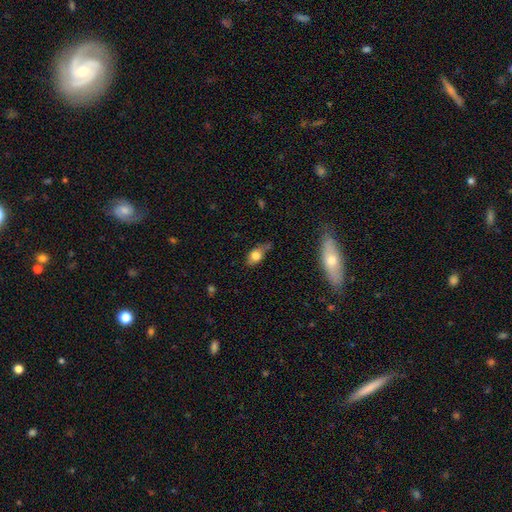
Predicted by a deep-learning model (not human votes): The model was most divided on "merging": none: 45%, minor disturbance: 37%, major disturbance: 14%, merger: 4%. More confident: how rounded — in between (77%); smooth or featured — smooth (72%).